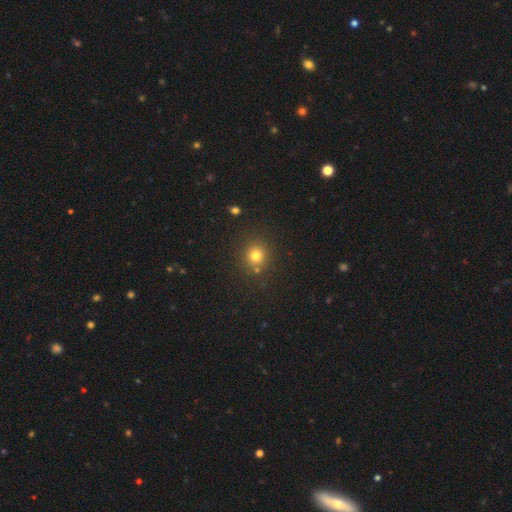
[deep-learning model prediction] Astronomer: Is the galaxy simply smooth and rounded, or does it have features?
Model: smooth — 78%.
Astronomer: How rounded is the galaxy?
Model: round — 90%.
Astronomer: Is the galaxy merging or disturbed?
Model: none — 83%.